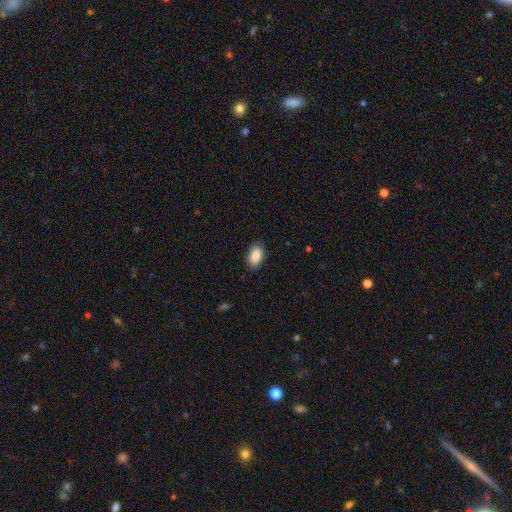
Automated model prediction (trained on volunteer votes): smooth_or_featured: smooth (p=0.90) [alt: star or artifact p=0.07]
how_rounded: in between (p=0.92) [alt: round p=0.06]
merging: none (p=0.87) [alt: minor disturbance p=0.10]